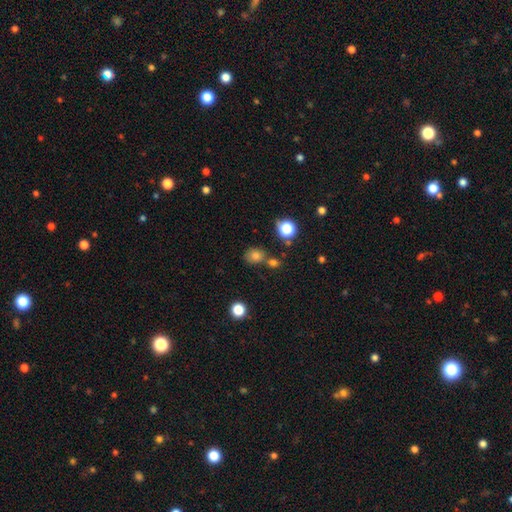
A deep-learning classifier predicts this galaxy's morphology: smooth 76%, star or artifact 17%, featured or disk 7%. Down the decision tree: how rounded — round (68%); merging — none (64%).